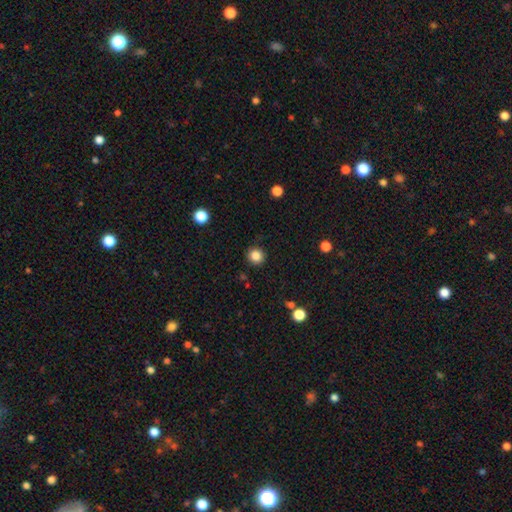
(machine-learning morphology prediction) Smooth or featured? smooth (85%)
How rounded? round (93%)
Merging? none (91%)